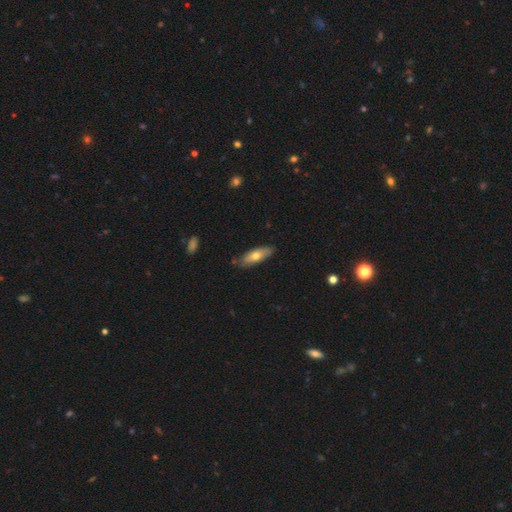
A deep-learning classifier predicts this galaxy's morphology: Q: Smooth or featured?
A: smooth (62%); runner-up: featured or disk (32%)
Q: How rounded?
A: in between (58%); runner-up: cigar-shaped (40%)
Q: Merging?
A: none (81%); runner-up: minor disturbance (15%)